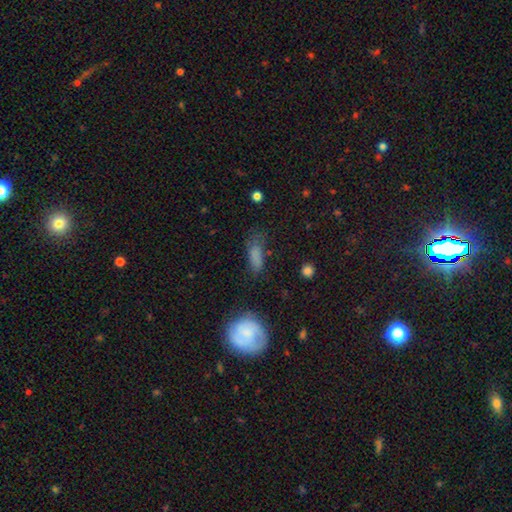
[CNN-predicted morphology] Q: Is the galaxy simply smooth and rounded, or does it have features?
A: smooth — 75%.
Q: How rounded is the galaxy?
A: in between — 64%.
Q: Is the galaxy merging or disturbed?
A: none — 53%.